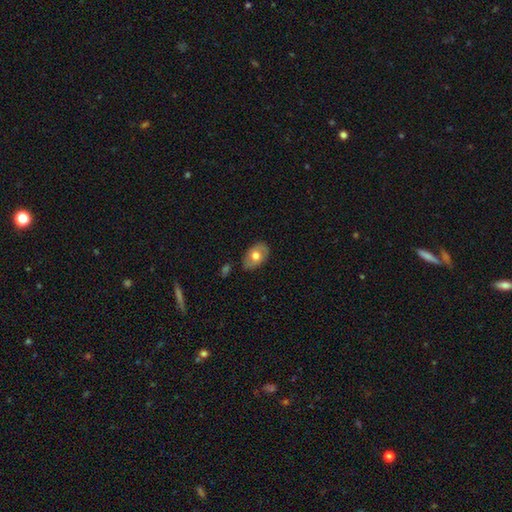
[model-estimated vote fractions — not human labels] The model was most divided on "smooth or featured": smooth: 64%, featured or disk: 29%, star or artifact: 7%. More confident: how rounded — in between (87%); merging — none (80%).